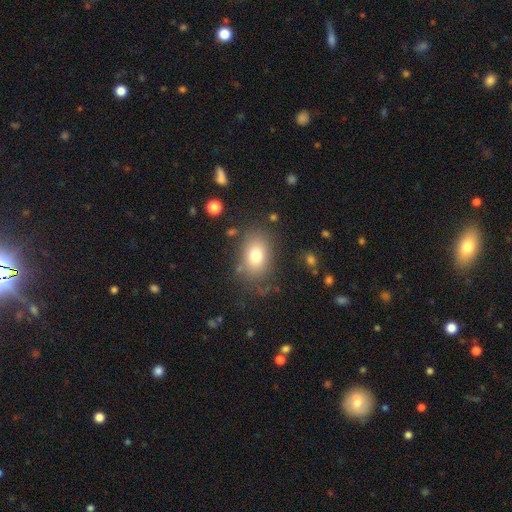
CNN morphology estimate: Smooth or featured: smooth — 76% (featured or disk — 14%)
How rounded: in between — 76% (round — 23%)
Merging: none — 73% (minor disturbance — 16%)